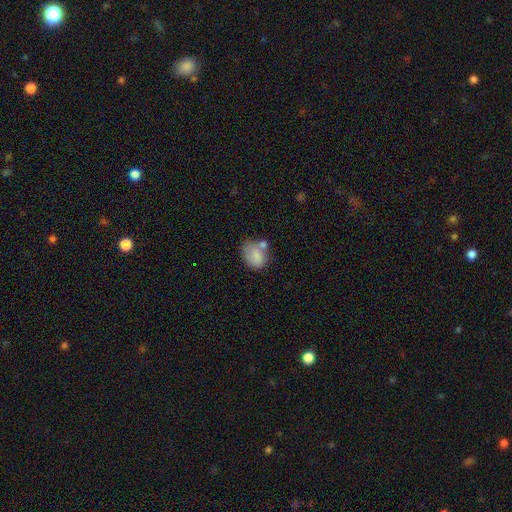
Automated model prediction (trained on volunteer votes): Smooth or featured?
  - smooth: 78% *
  - featured or disk: 14%
  - star or artifact: 8%
How rounded?
  - in between: 65% *
  - round: 34%
  - cigar-shaped: 1%
Merging?
  - none: 40% *
  - merger: 28%
  - minor disturbance: 23%
  - major disturbance: 9%